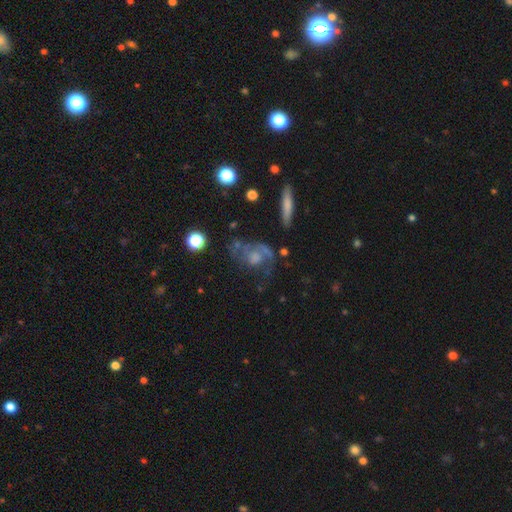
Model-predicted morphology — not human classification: featured or disk 64%, smooth 25%, star or artifact 12%. Down the decision tree: edge-on disk — no (95%); bar — no (77%); spiral arms — yes (72%); bulge size — none (35%); merging — none (44%).